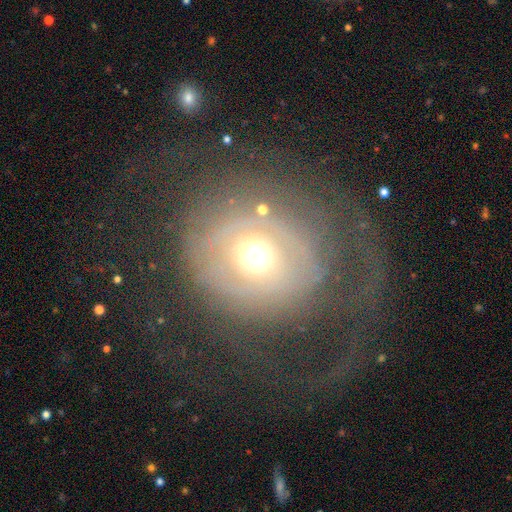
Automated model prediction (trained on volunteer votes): Smooth or featured: featured or disk — 61% (smooth — 30%)
Edge-on disk: no — 96% (yes — 4%)
Bar: no — 84% (weak — 12%)
Spiral arms: no — 51% (yes — 49%)
Bulge size: moderate — 65% (large — 19%)
Merging: major disturbance — 42% (tied with none — 42%)